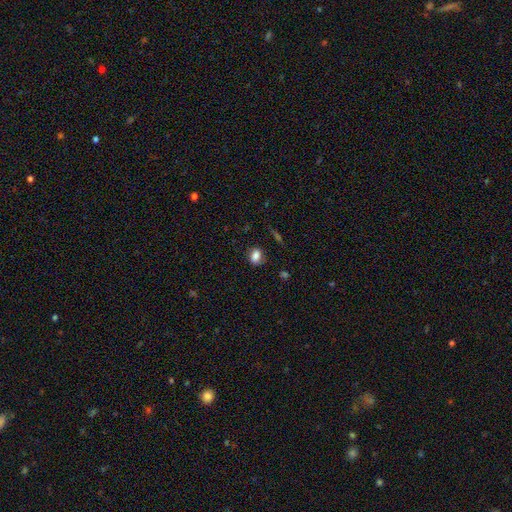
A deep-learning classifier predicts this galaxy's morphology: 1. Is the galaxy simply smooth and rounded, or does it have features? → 82% smooth, 10% star or artifact, 8% featured or disk.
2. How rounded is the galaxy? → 66% in between, 33% round, 2% cigar-shaped.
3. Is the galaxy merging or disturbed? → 75% none, 18% minor disturbance, 5% major disturbance, 2% merger.